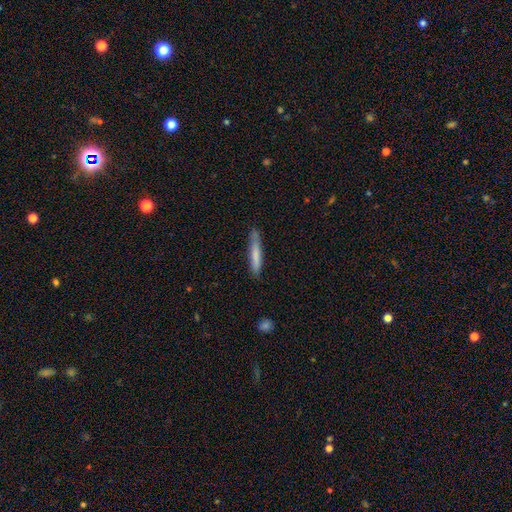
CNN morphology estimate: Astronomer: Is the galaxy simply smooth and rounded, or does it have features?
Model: smooth — 75%.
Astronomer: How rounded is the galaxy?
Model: cigar-shaped — 93%.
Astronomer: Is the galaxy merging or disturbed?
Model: none — 81%.